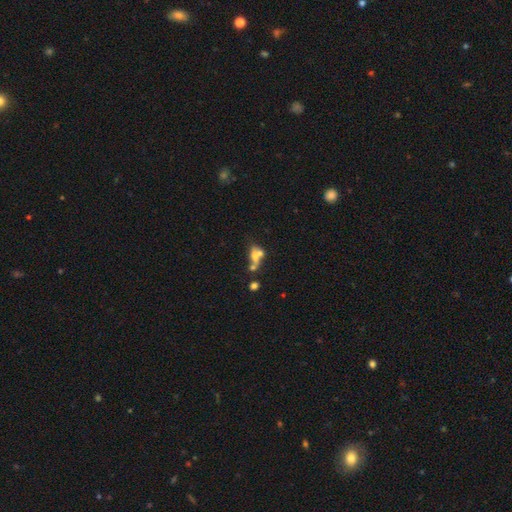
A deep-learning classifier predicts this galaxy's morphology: type=smooth (50%); roundness=in between (66%); merging=merger (57%).